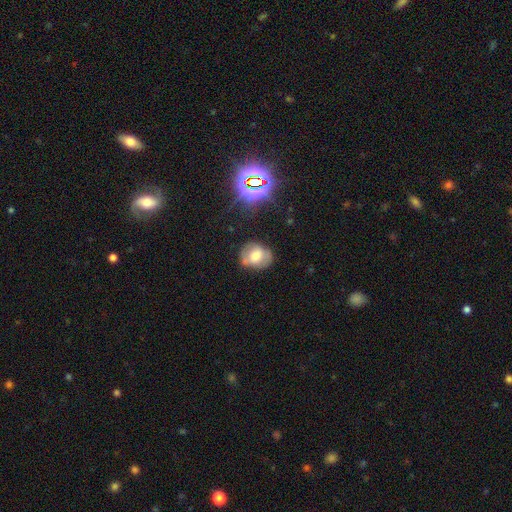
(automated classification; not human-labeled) The model was most divided on "how rounded": round: 57%, in between: 41%, cigar-shaped: 1%. More confident: merging — none (66%); smooth or featured — smooth (57%).